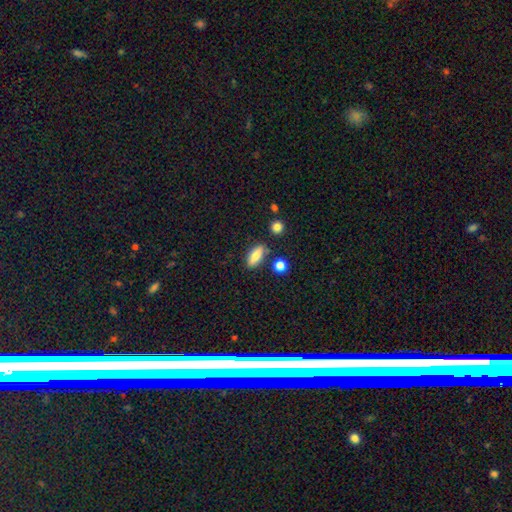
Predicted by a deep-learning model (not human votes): Overall: smooth (76%). How rounded: in between (64%; cigar-shaped 30%). Merging: none (79%).